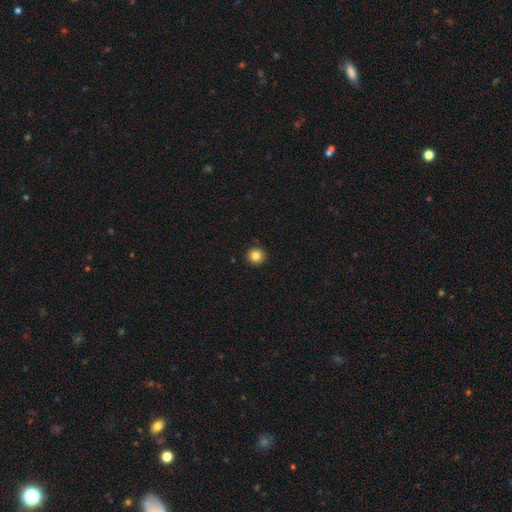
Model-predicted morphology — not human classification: This is clearly a smooth galaxy (84%). How rounded: clearly round (94%). Merging: clearly none (92%).